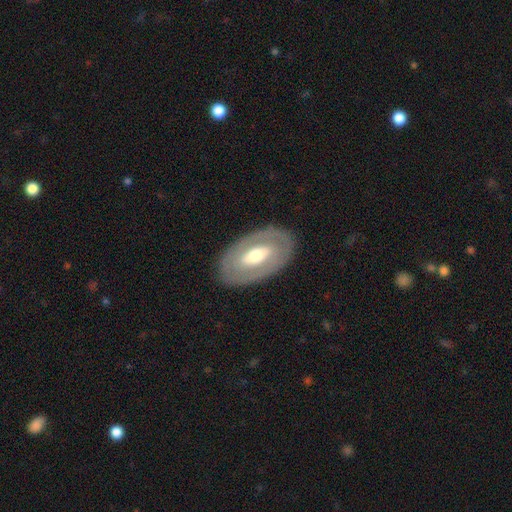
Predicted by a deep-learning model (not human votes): This is likely a featured or disk galaxy (62%). It is clearly not viewed edge-on (90%). Bar: possibly no (47%). Spiral arm pattern: likely no (76%). Central bulge: likely moderate (63%). Merging: clearly none (85%).